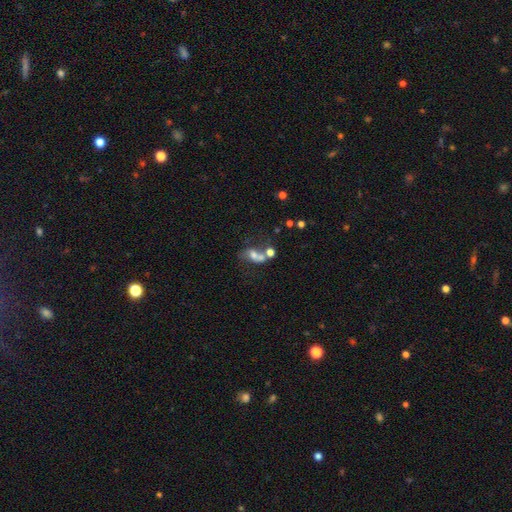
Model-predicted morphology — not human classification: Q: Smooth or featured?
A: smooth (48%); runner-up: featured or disk (37%)
Q: Merging?
A: merger (51%); runner-up: none (23%)